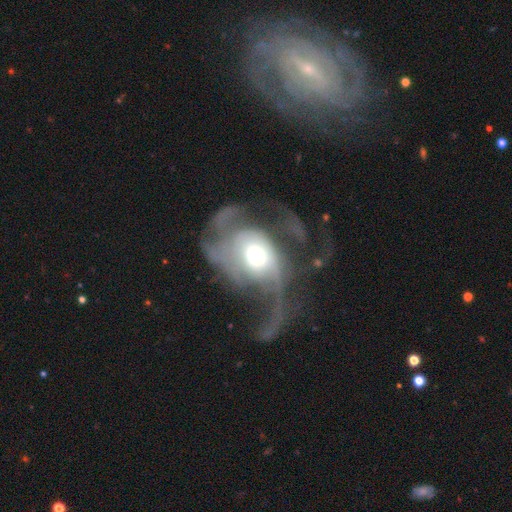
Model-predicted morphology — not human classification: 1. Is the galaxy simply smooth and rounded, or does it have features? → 71% featured or disk, 22% smooth, 7% star or artifact.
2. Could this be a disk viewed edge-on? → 96% no, 4% yes.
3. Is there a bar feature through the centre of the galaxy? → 79% no, 16% weak, 5% strong.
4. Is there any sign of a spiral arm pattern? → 60% yes, 40% no.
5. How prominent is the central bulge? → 60% moderate, 19% large, 16% small, 3% dominant, 1% none.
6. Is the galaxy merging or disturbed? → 68% major disturbance, 16% none, 10% minor disturbance, 6% merger.